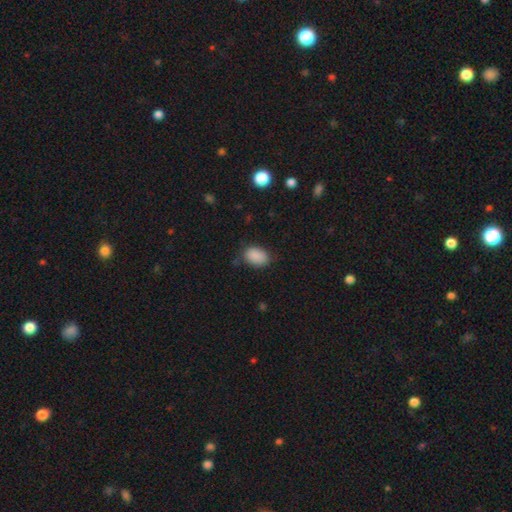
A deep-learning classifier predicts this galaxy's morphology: smooth-or-featured: smooth: 88% | star or artifact: 8% | featured or disk: 4%
  how-rounded: in between: 84% | round: 15% | cigar-shaped: 1%
  merging: none: 76% | minor disturbance: 18% | major disturbance: 4% | merger: 2%